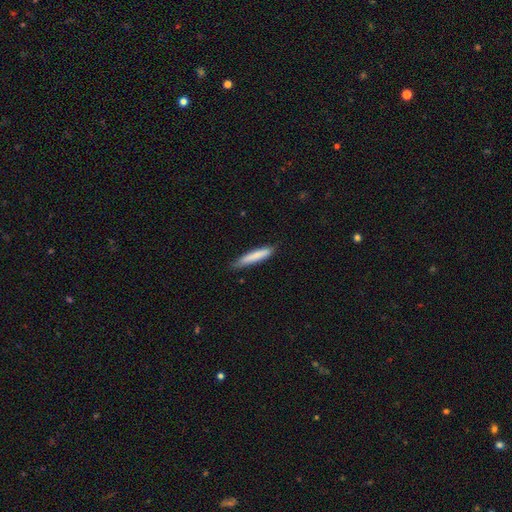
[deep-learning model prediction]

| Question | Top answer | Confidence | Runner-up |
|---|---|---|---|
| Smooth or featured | smooth | 81% | featured or disk (14%) |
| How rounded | cigar-shaped | 91% | in between (8%) |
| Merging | none | 78% | minor disturbance (18%) |